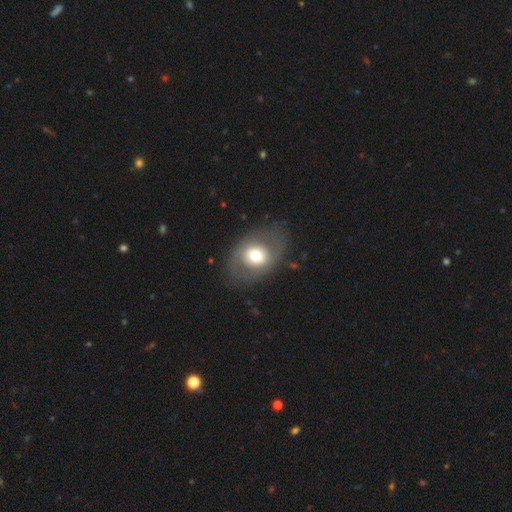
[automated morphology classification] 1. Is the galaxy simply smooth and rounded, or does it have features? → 51% smooth, 42% featured or disk, 7% star or artifact.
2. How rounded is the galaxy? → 59% in between, 40% round, 1% cigar-shaped.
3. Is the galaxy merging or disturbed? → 77% none, 12% minor disturbance, 9% major disturbance, 1% merger.